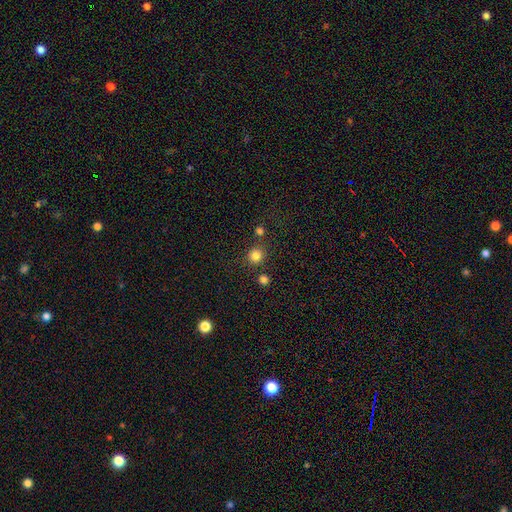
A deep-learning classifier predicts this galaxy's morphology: This is clearly a smooth galaxy (82%). How rounded: clearly round (91%). Merging: likely none (80%).